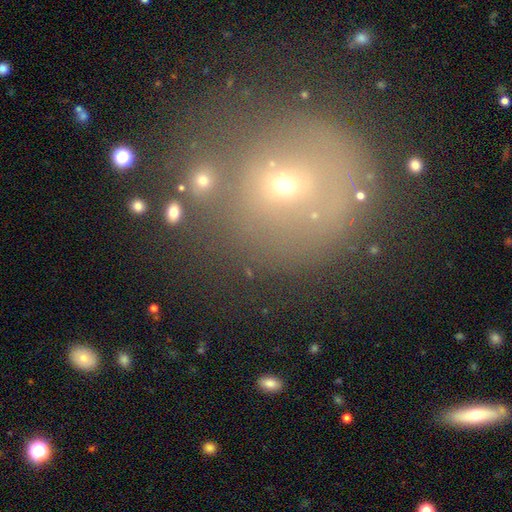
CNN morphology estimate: This appears to be a smooth galaxy with no disk features (53%) that is round (89%). Merging: none (66%).